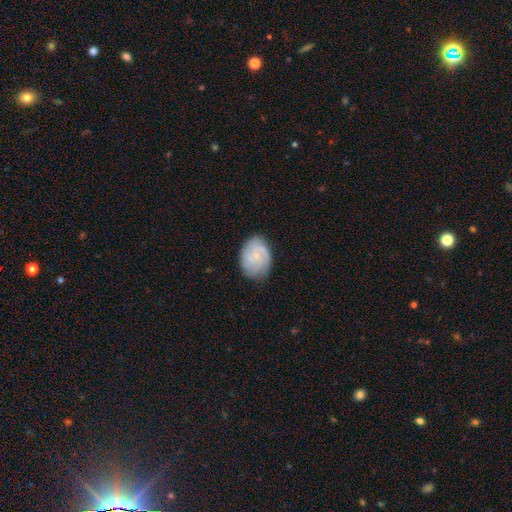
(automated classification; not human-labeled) The model was most divided on "spiral arm count": can't tell: 33%, 3: 28%, 2: 17%, 4: 12%, 1: 6%, more than 4: 6%. More confident: edge-on disk — no (98%); spiral arms — yes (92%); bulge size — small (76%); merging — none (76%); bar — no (75%); smooth or featured — featured or disk (62%); spiral winding — tight (57%).